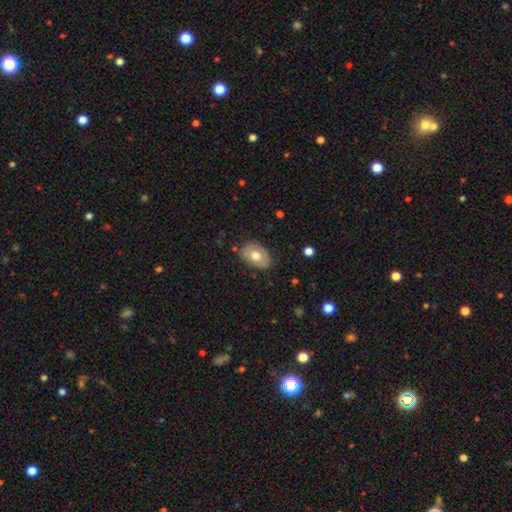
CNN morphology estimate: Smooth or featured? Predicted: smooth (p=0.70). How rounded? Predicted: in between (p=0.87). Merging? Predicted: none (p=0.79).